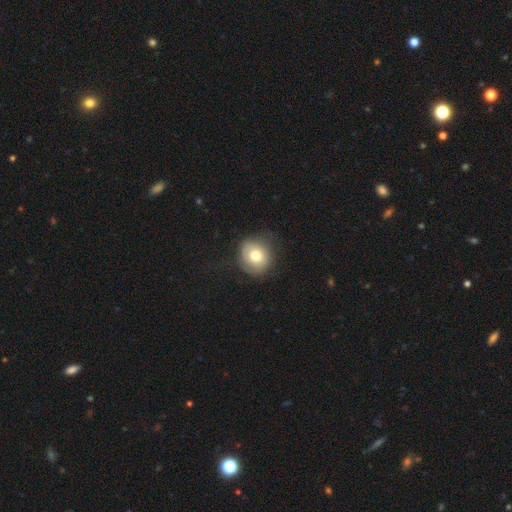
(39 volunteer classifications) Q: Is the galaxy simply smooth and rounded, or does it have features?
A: smooth — 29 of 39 (74%).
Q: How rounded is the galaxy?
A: round — 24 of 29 (83%).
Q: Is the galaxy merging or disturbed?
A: none — 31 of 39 (79%).